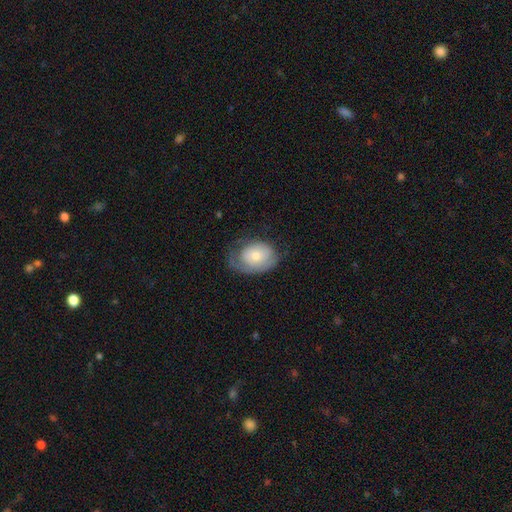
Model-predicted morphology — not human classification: Smooth or featured? smooth (57%)
How rounded? in between (70%)
Merging? none (49%)